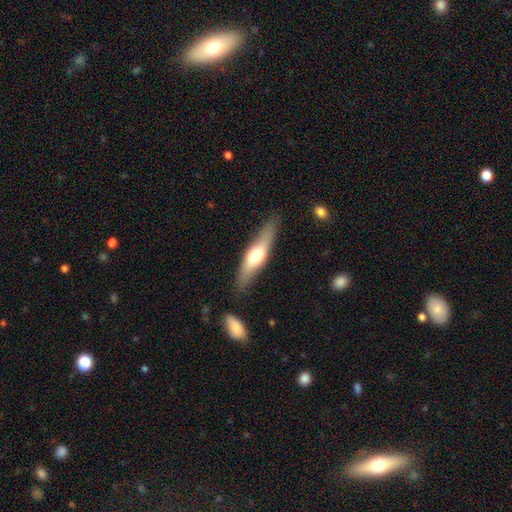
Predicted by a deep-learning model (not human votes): The model was most divided on "smooth or featured": featured or disk: 48%, smooth: 47%, star or artifact: 5%. More confident: merging — none (84%).